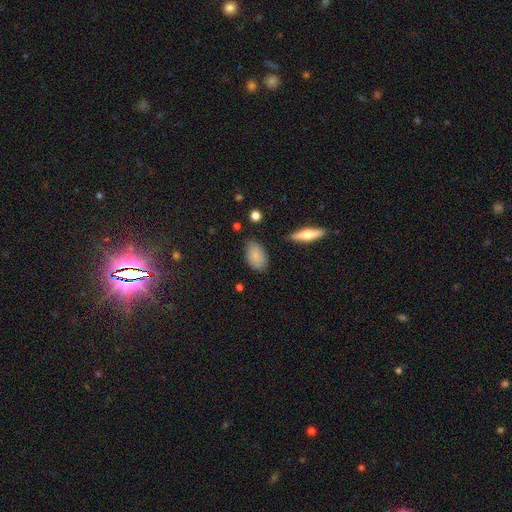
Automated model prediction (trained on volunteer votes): A smooth galaxy with no disk features (84%) that is in between round and cigar-shaped (91%).

Vote fractions:
- Smooth or featured? smooth: 84% / featured or disk: 9% / star or artifact: 7%
- How rounded? in between: 91% / round: 6% / cigar-shaped: 2%
- Merging? none: 77% / minor disturbance: 18% / major disturbance: 4% / merger: 2%